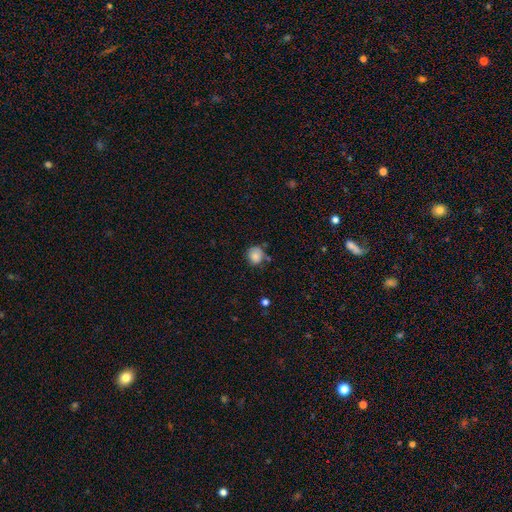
smooth-or-featured: smooth: 86% | featured or disk: 8% | star or artifact: 5%
  how-rounded: round: 94% | in between: 6% | cigar-shaped: 0%
  merging: none: 54% | minor disturbance: 31% | major disturbance: 11% | merger: 3%